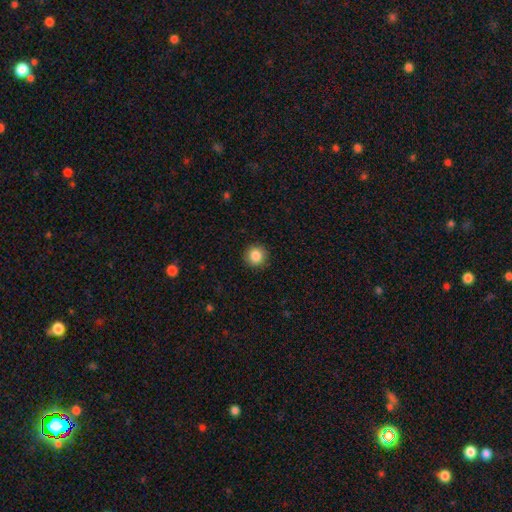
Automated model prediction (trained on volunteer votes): Smooth or featured? smooth (87%)
How rounded? round (93%)
Merging? none (91%)